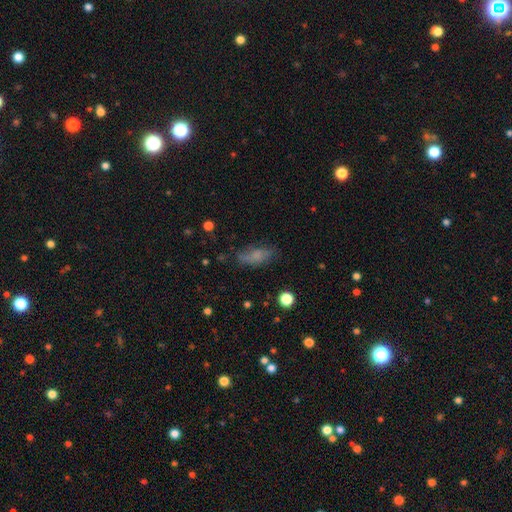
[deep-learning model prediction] Smooth or featured? Predicted: smooth (p=0.67). How rounded? Predicted: in between (p=0.77). Merging? Predicted: none (p=0.61).